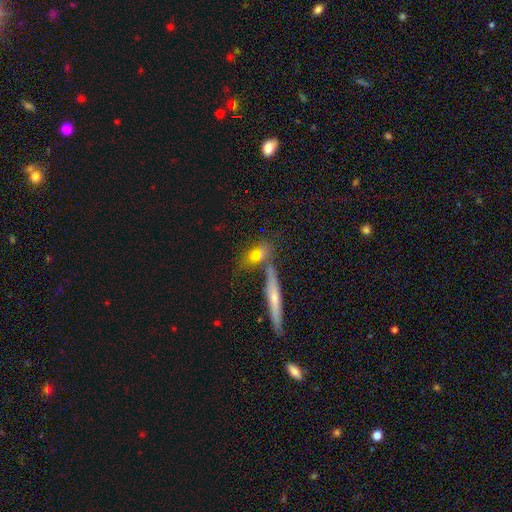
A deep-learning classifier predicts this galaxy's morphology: The model was most divided on "how rounded": in between: 44%, cigar-shaped: 31%, round: 25%. More confident: merging — none (58%); smooth or featured — smooth (58%).